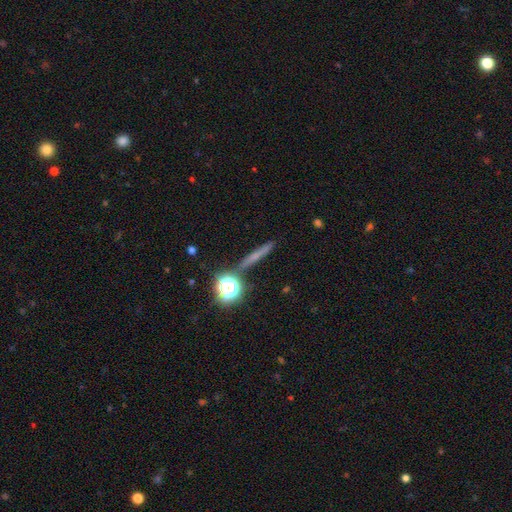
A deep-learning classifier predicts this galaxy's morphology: smooth-or-featured: smooth: 48% | featured or disk: 31% | star or artifact: 21%
  merging: none: 86% | minor disturbance: 8% | merger: 4% | major disturbance: 2%